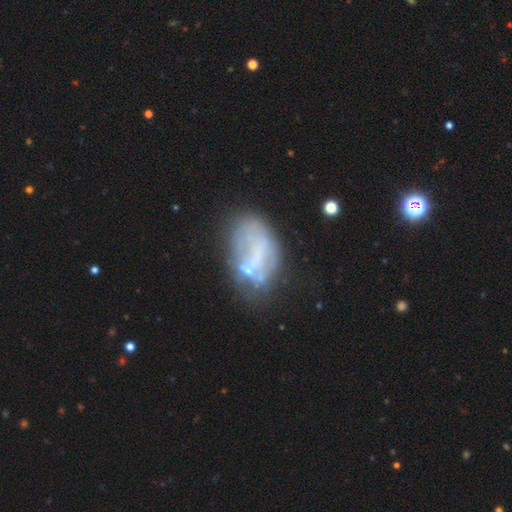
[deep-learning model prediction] A featured or disk galaxy (53%) with no bar (71%), no spiral arms (85%) and no central bulge (69%). Merging: none (42%).